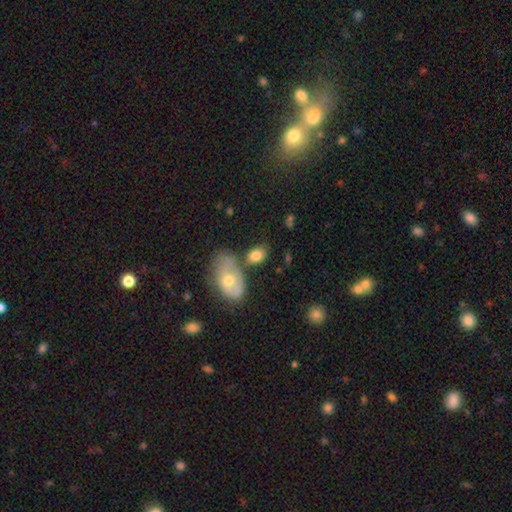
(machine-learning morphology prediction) Smooth or featured? Predicted: smooth (p=0.77). How rounded? Predicted: in between (p=0.87). Merging? Predicted: none (p=0.52).